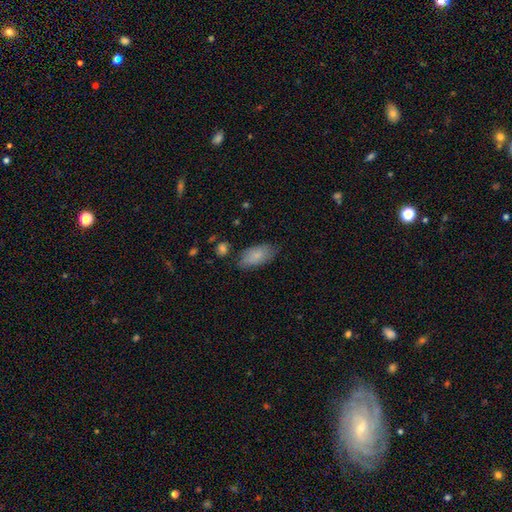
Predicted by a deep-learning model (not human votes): Morphology: type=smooth (80%); roundness=in between (91%); merging=none (71%).